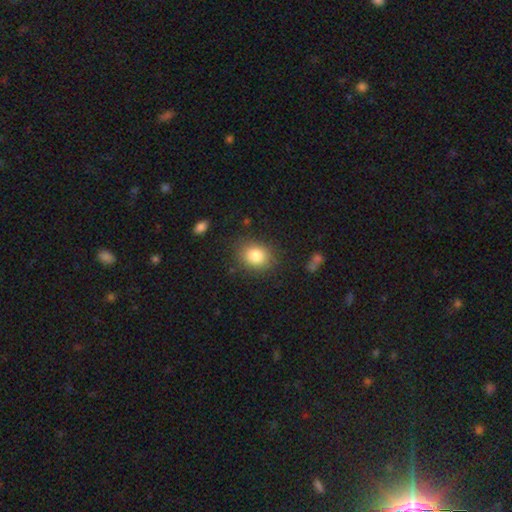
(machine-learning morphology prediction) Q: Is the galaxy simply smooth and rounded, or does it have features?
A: smooth — 83%.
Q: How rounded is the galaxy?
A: round — 56%.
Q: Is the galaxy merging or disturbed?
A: none — 84%.